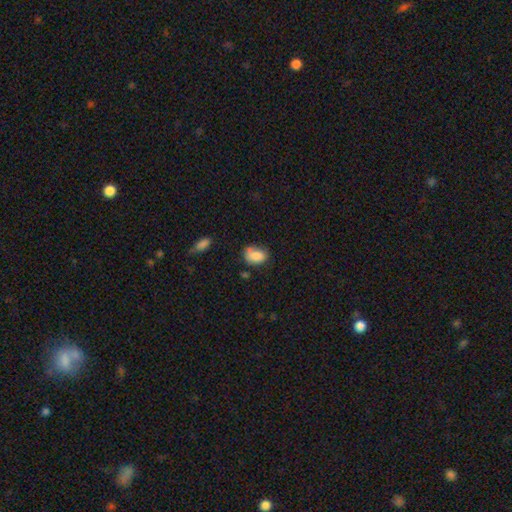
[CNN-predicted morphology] A smooth galaxy with no disk features (82%) that is in between round and cigar-shaped (75%).

Vote fractions:
- Smooth or featured? smooth: 82% / featured or disk: 9% / star or artifact: 9%
- How rounded? in between: 75% / round: 24% / cigar-shaped: 1%
- Merging? none: 51% / minor disturbance: 31% / major disturbance: 10% / merger: 8%